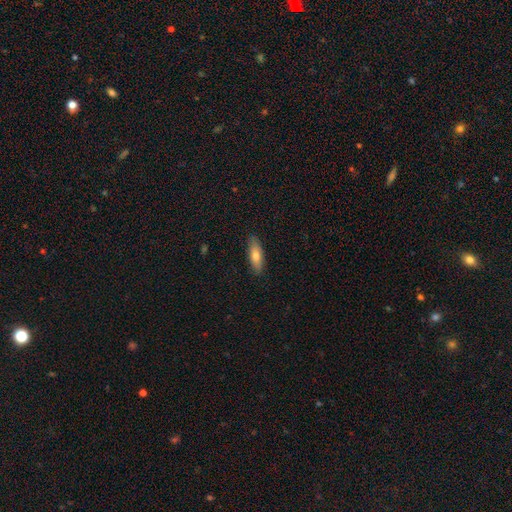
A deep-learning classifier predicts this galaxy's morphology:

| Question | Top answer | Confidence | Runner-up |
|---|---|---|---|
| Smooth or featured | smooth | 73% | featured or disk (21%) |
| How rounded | in between | 54% | cigar-shaped (44%) |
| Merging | none | 87% | minor disturbance (10%) |